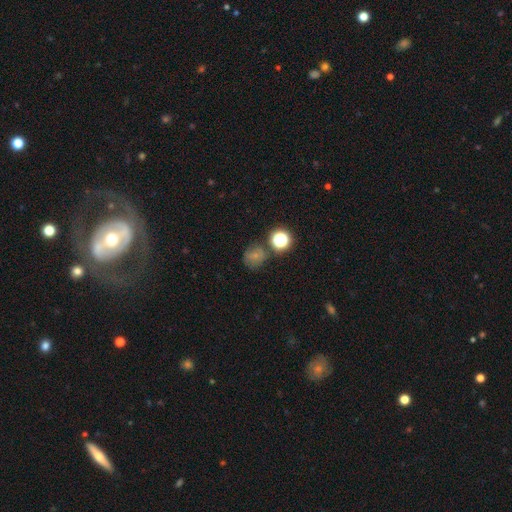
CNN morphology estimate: This appears to be a smooth galaxy with no disk features (61%) that is round (79%). Merging: none (66%).